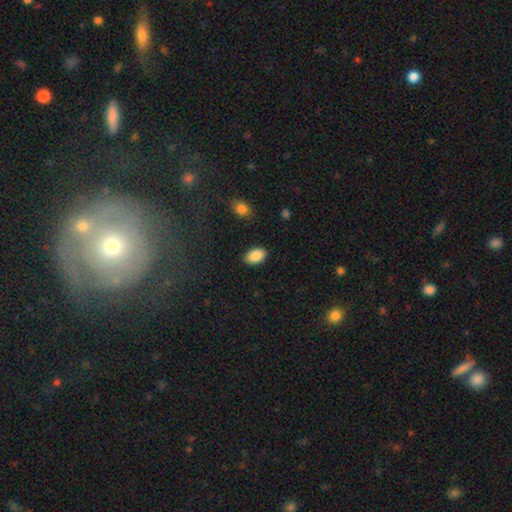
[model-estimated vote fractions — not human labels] Q: Smooth or featured?
A: smooth (89%); runner-up: star or artifact (7%)
Q: How rounded?
A: in between (92%); runner-up: round (7%)
Q: Merging?
A: none (87%); runner-up: minor disturbance (9%)